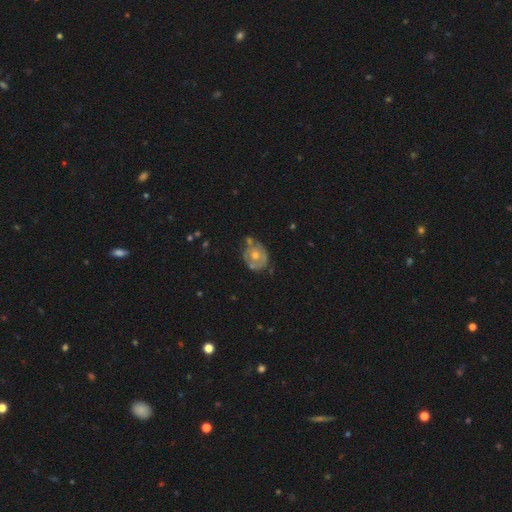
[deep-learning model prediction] The model was most divided on "smooth or featured": featured or disk: 56%, smooth: 37%, star or artifact: 6%. More confident: edge-on disk — no (97%); bar — no (88%); bulge size — moderate (64%); spiral arms — no (60%); merging — none (52%).